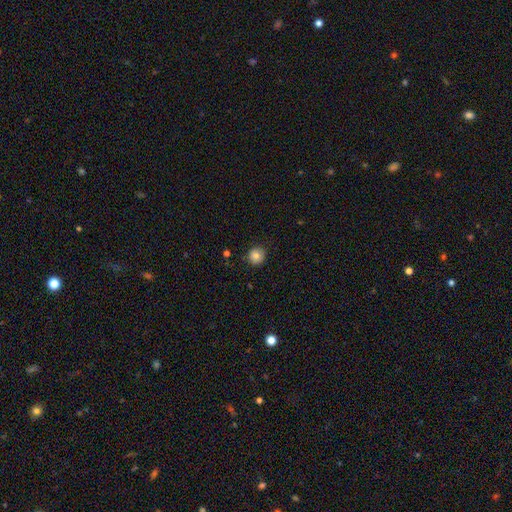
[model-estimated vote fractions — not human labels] Morphology: type=smooth (82%); roundness=round (91%); merging=none (87%).